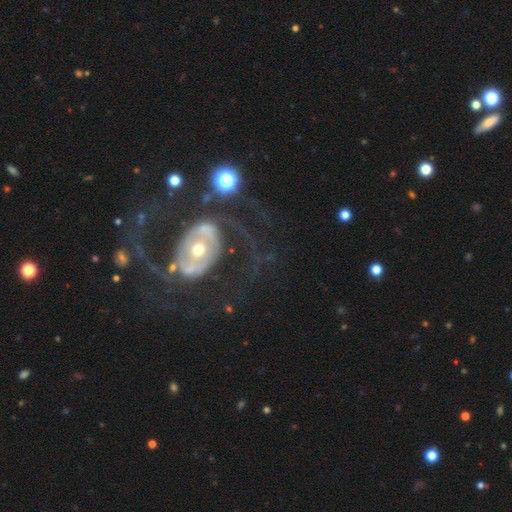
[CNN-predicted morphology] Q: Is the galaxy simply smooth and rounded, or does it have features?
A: featured or disk — 74%.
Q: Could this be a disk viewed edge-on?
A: no — 95%.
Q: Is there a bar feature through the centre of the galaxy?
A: no — 64%.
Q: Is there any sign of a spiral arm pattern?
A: yes — 64%.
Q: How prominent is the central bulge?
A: moderate — 44%, tied with small.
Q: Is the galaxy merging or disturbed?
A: none — 58%.